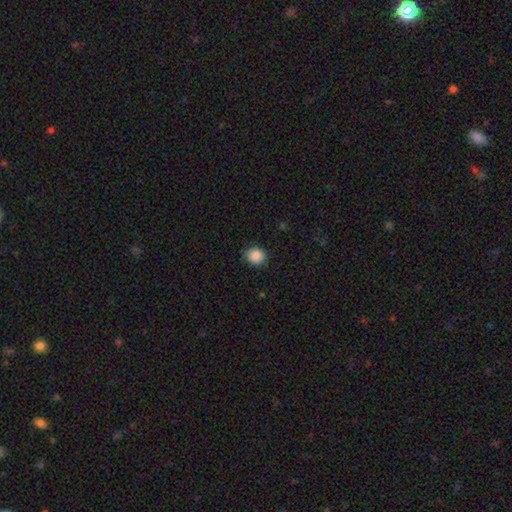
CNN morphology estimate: smooth-or-featured: smooth: 88% | star or artifact: 9% | featured or disk: 4%
  how-rounded: round: 73% | in between: 27% | cigar-shaped: 1%
  merging: none: 81% | minor disturbance: 15% | major disturbance: 3% | merger: 1%